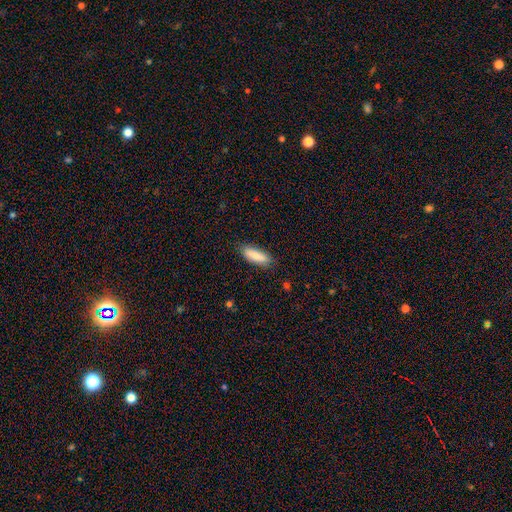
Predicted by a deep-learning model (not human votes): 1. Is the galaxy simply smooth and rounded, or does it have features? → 85% smooth, 9% featured or disk, 6% star or artifact.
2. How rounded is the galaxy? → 56% in between, 42% cigar-shaped, 2% round.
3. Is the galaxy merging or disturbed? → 82% none, 14% minor disturbance, 3% major disturbance, 1% merger.